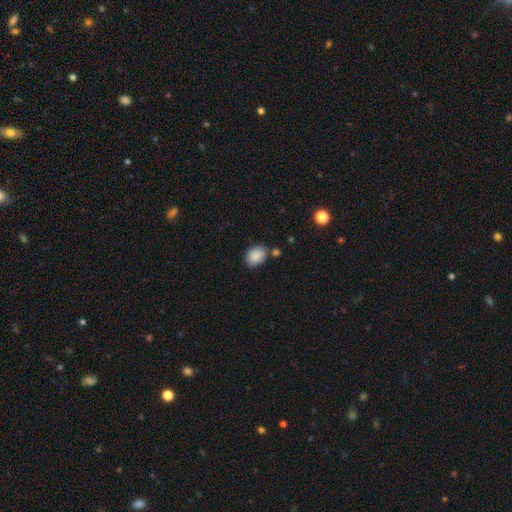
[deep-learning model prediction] This is clearly a smooth galaxy (88%). How rounded: likely in between (77%). Merging: likely none (73%).